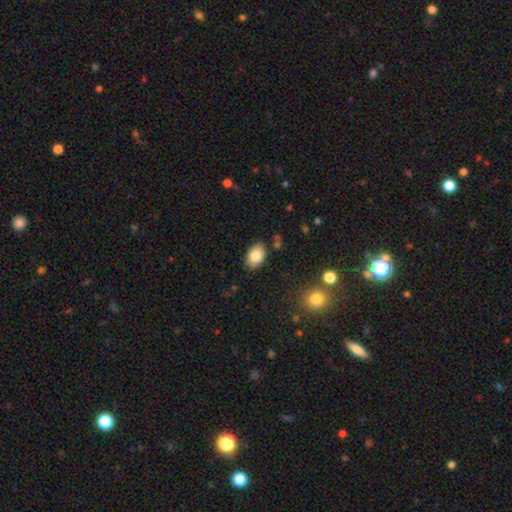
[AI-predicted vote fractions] Smooth or featured? smooth (83%)
How rounded? in between (88%)
Merging? none (84%)